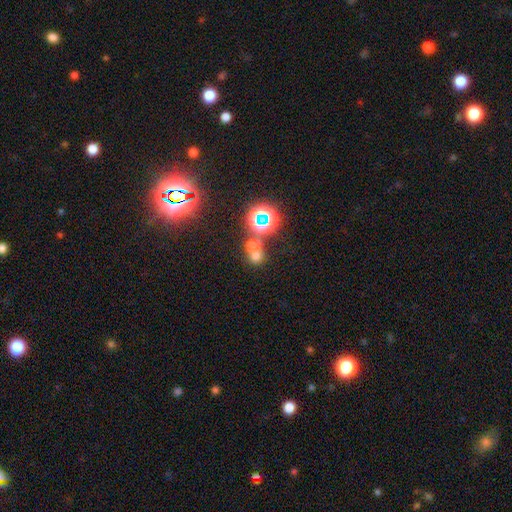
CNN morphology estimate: This is possibly a smooth galaxy (57%). How rounded: clearly round (83%). Merging: marginally merger (45%, tied with none).